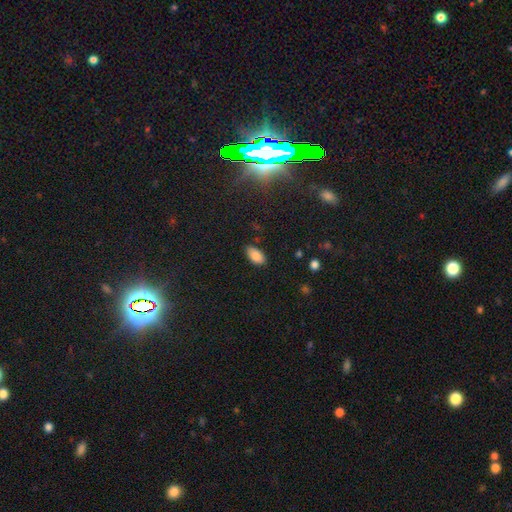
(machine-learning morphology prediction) Smooth or featured? Predicted: smooth (p=0.86). How rounded? Predicted: in between (p=0.94). Merging? Predicted: none (p=0.83).